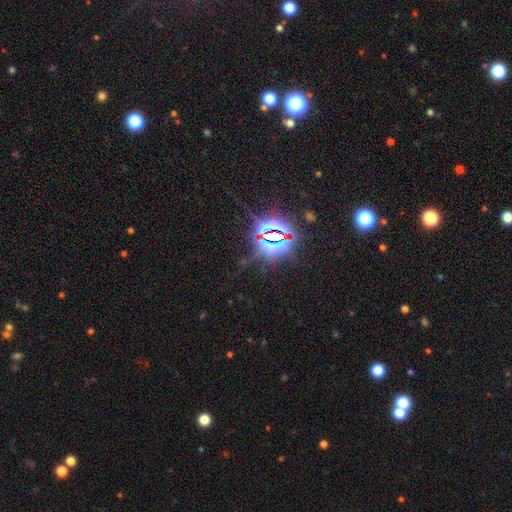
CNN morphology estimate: Overall: star or artifact (85%).